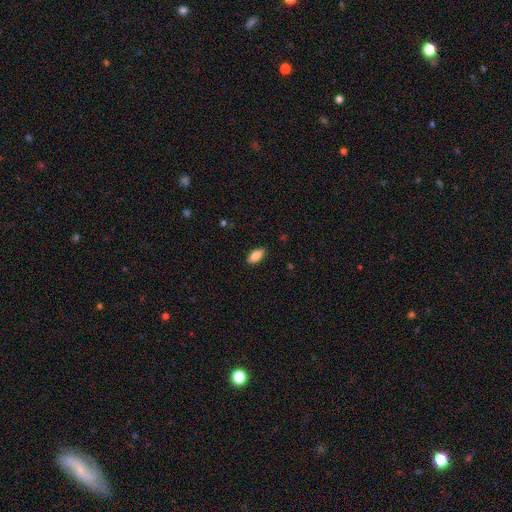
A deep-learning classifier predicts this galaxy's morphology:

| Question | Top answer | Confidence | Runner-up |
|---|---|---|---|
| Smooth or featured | smooth | 83% | featured or disk (10%) |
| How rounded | in between | 87% | cigar-shaped (11%) |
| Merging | none | 87% | minor disturbance (10%) |